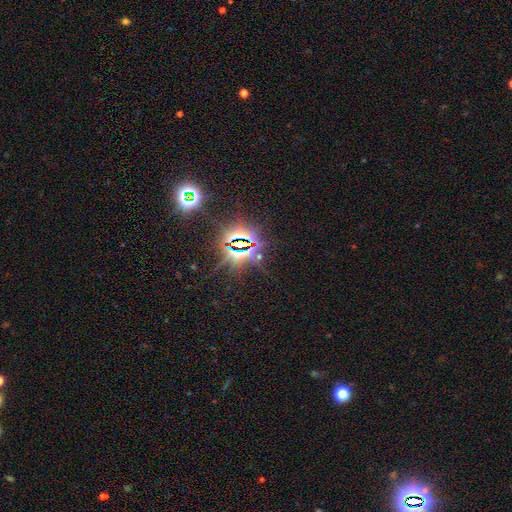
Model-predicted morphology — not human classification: The model was most divided on "smooth or featured": star or artifact: 85%, featured or disk: 8%, smooth: 7%.